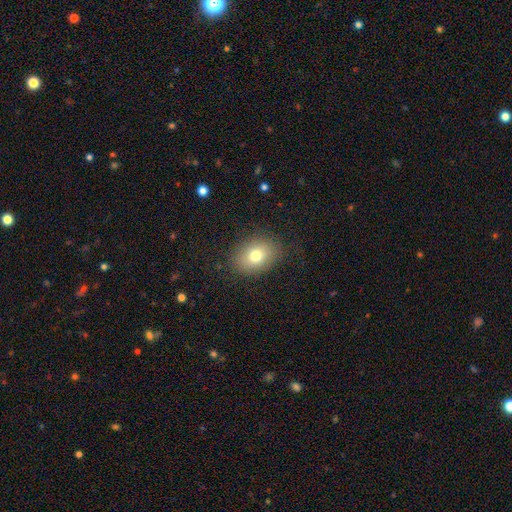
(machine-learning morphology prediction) Overall: smooth (75%). How rounded: in between (68%; round 31%). Merging: none (84%).